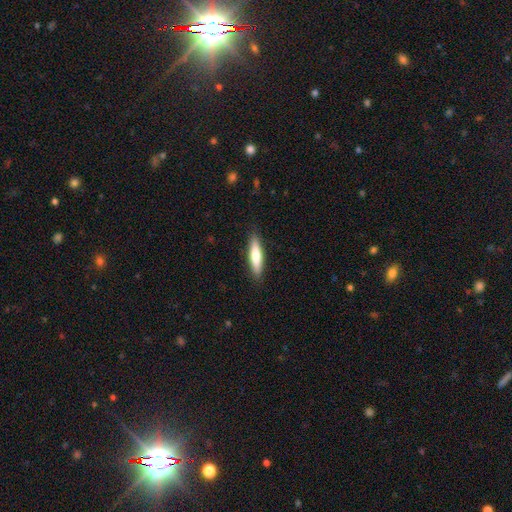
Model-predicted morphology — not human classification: A smooth galaxy with no disk features (67%) that is cigar-shaped (78%).

Vote fractions:
- Smooth or featured? smooth: 67% / featured or disk: 28% / star or artifact: 5%
- How rounded? cigar-shaped: 78% / in between: 21% / round: 1%
- Merging? none: 89% / minor disturbance: 8% / major disturbance: 2% / merger: 1%